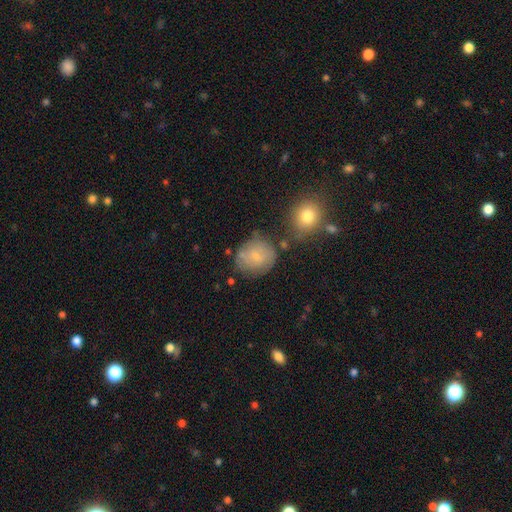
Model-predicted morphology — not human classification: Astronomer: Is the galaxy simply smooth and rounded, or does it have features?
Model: smooth — 69%.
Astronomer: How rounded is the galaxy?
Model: round — 74%.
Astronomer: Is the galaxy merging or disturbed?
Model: none — 64%.